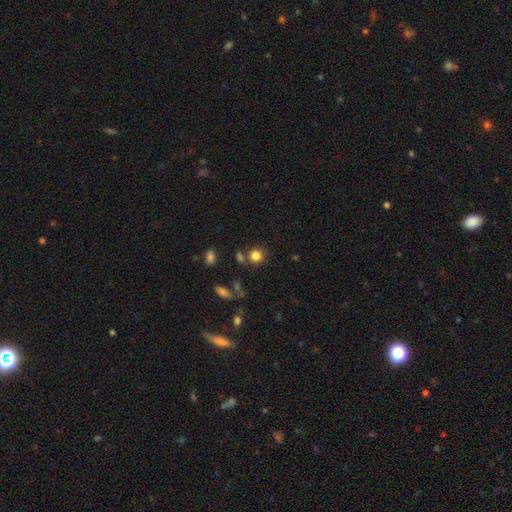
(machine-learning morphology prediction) Smooth or featured? Predicted: smooth (p=0.82). How rounded? Predicted: round (p=0.86). Merging? Predicted: none (p=0.73).